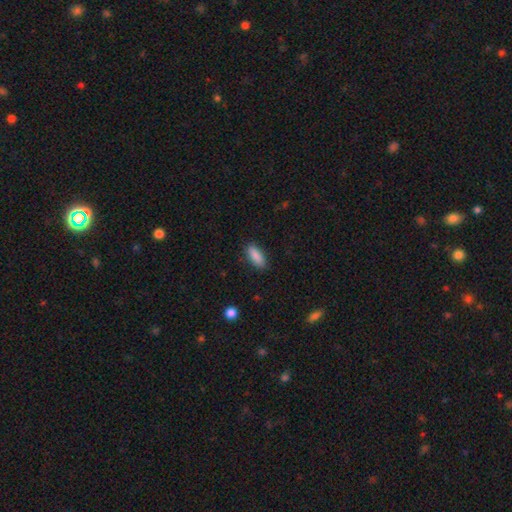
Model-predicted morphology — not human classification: Smooth or featured? Predicted: smooth (p=0.89). How rounded? Predicted: in between (p=0.72). Merging? Predicted: none (p=0.87).